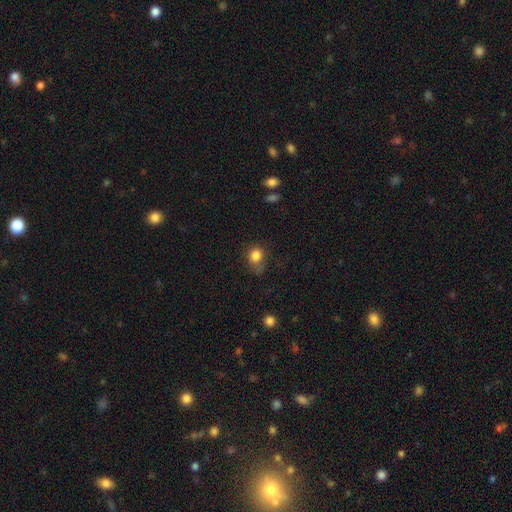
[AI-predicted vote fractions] Smooth or featured?
  - smooth: 82% *
  - star or artifact: 11%
  - featured or disk: 7%
How rounded?
  - round: 69% *
  - in between: 30%
  - cigar-shaped: 1%
Merging?
  - none: 49% *
  - minor disturbance: 29%
  - major disturbance: 17%
  - merger: 4%